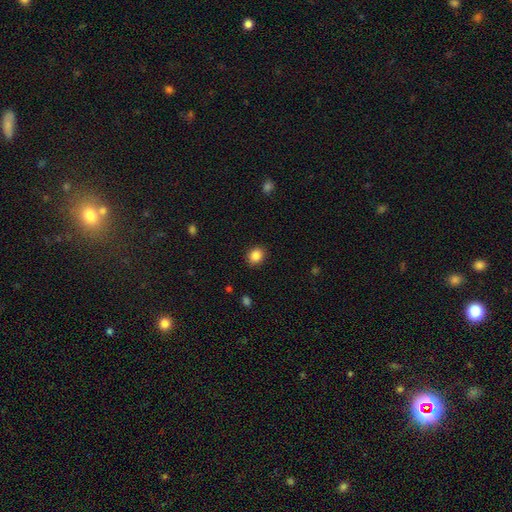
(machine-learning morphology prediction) A smooth galaxy with no disk features (86%) that is round (62%).

Vote fractions:
- Smooth or featured? smooth: 86% / star or artifact: 10% / featured or disk: 4%
- How rounded? round: 62% / in between: 38% / cigar-shaped: 1%
- Merging? none: 90% / minor disturbance: 7% / major disturbance: 2% / merger: 1%